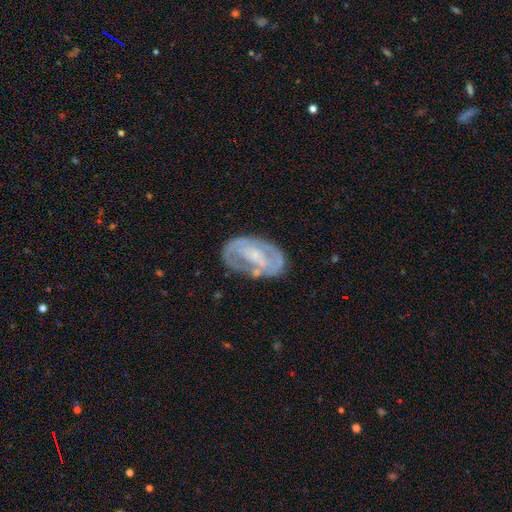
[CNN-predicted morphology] smooth-or-featured: featured or disk: 72% | smooth: 22% | star or artifact: 7%
  disk-edge-on: no: 95% | yes: 5%
    bar: no: 44% | weak: 38% | strong: 18%
    has-spiral-arms: yes: 69% | no: 31%
    bulge-size: small: 59% | moderate: 22% | none: 15% | large: 3% | dominant: 1%
  merging: none: 64% | minor disturbance: 21% | major disturbance: 11% | merger: 3%